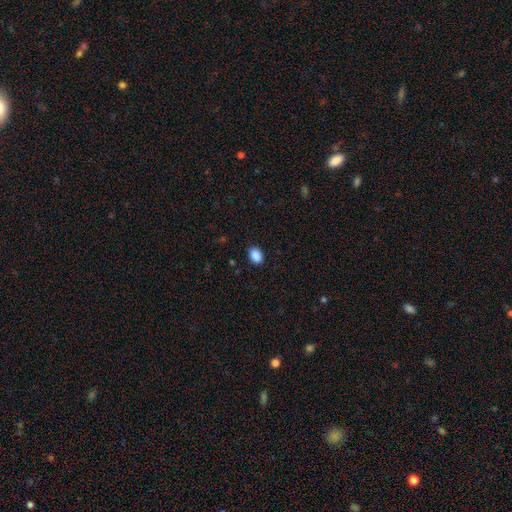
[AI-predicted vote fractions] Smooth or featured?
  - smooth: 89% *
  - star or artifact: 8%
  - featured or disk: 3%
How rounded?
  - in between: 73% *
  - round: 26%
  - cigar-shaped: 1%
Merging?
  - none: 88% *
  - minor disturbance: 9%
  - major disturbance: 2%
  - merger: 1%